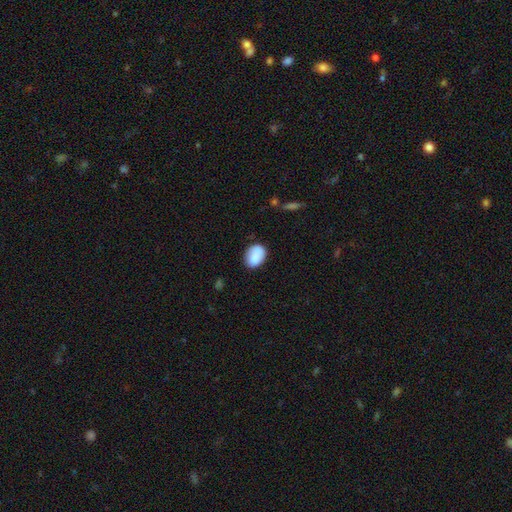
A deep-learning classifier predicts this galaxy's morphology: This appears to be a smooth galaxy with no disk features (83%) that is in between round and cigar-shaped (72%). Merging: none (73%).